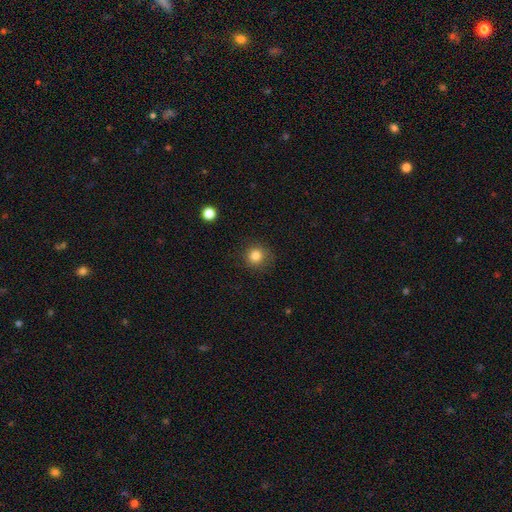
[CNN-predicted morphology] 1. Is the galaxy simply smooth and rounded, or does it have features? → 83% smooth, 11% star or artifact, 5% featured or disk.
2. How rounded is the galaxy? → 93% round, 6% in between, 1% cigar-shaped.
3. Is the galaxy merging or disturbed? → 87% none, 9% minor disturbance, 3% major disturbance, 1% merger.